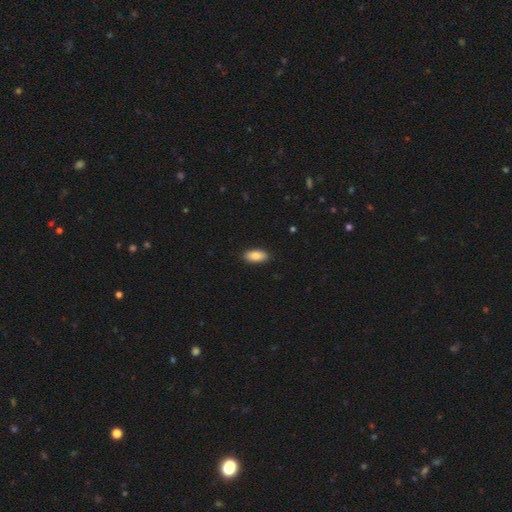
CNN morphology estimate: Smooth or featured?
  - smooth: 87% *
  - featured or disk: 7%
  - star or artifact: 6%
How rounded?
  - in between: 91% *
  - cigar-shaped: 7%
  - round: 2%
Merging?
  - none: 89% *
  - minor disturbance: 8%
  - major disturbance: 2%
  - merger: 1%